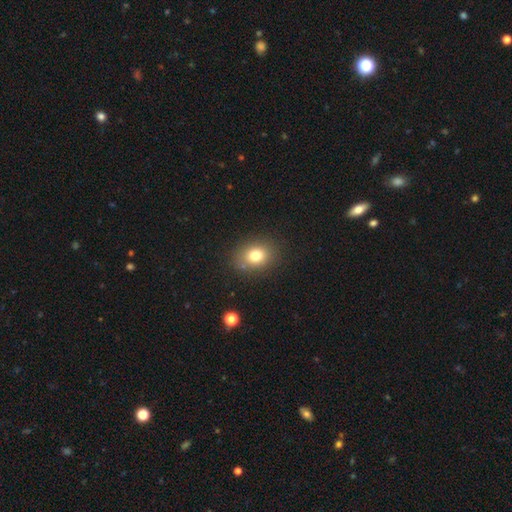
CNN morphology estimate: A smooth galaxy with no disk features (78%) that is in between round and cigar-shaped (52%). Merging: none (83%).